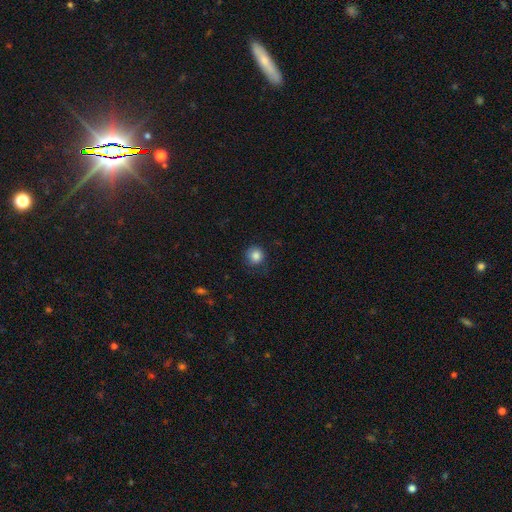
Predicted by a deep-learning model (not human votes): This is clearly a smooth galaxy (84%). How rounded: clearly round (92%). Merging: likely none (78%).